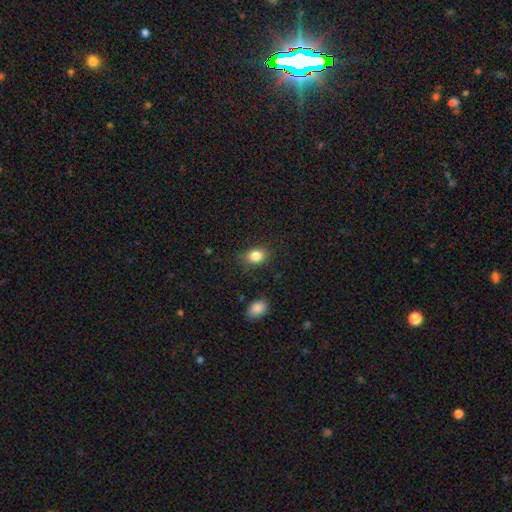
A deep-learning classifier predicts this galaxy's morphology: smooth_or_featured: smooth (p=0.84) [alt: star or artifact p=0.10]
how_rounded: in between (p=0.64) [alt: round p=0.35]
merging: none (p=0.81) [alt: minor disturbance p=0.14]